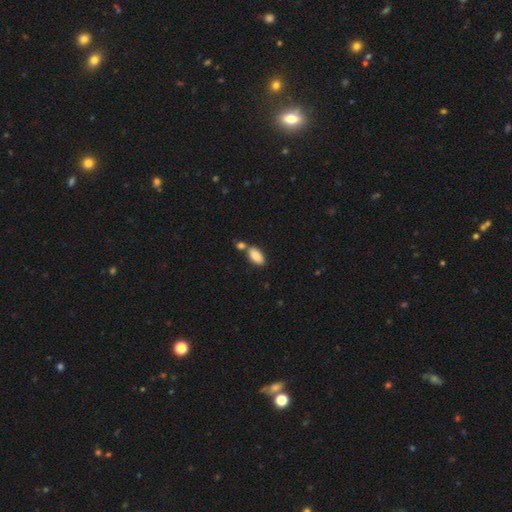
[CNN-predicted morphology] This is clearly a smooth galaxy (86%). How rounded: clearly in between (93%). Merging: possibly none (57%).